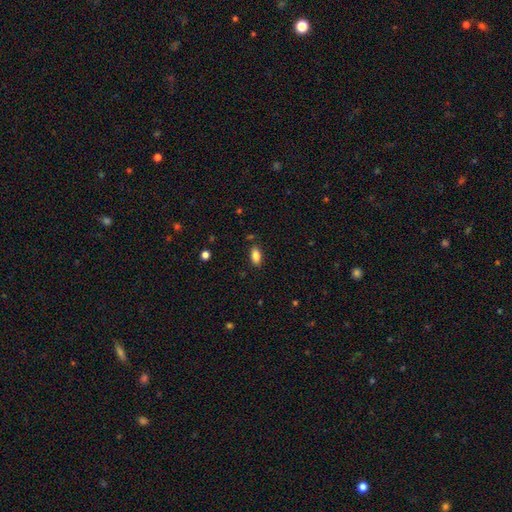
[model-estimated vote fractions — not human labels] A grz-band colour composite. It shows a smooth galaxy with no disk features (87%) that is in between round and cigar-shaped (90%). Merging: none (84%).